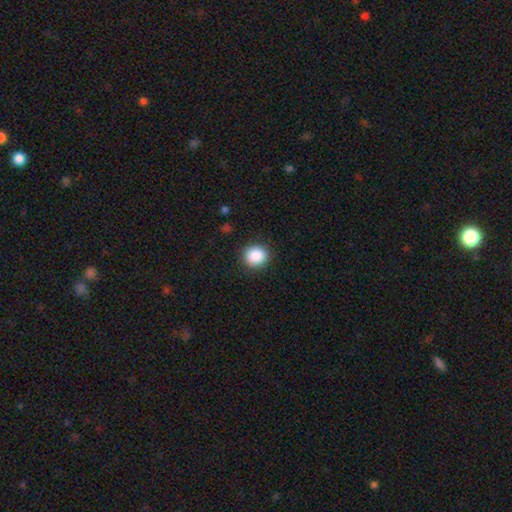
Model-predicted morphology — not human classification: The model was most divided on "how rounded": round: 86%, in between: 14%, cigar-shaped: 1%. More confident: merging — none (89%); smooth or featured — smooth (88%).